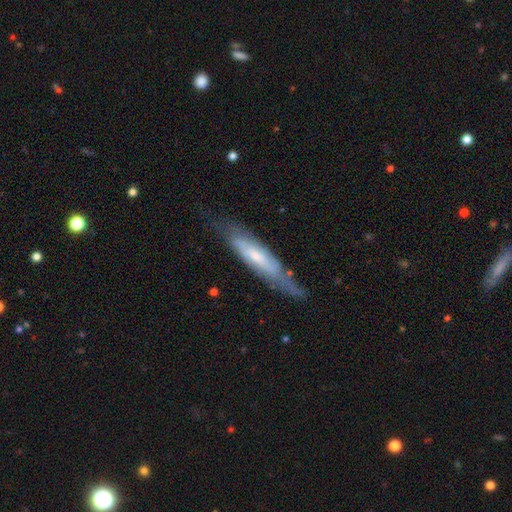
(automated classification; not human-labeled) Q: Smooth or featured?
A: featured or disk (59%); runner-up: smooth (35%)
Q: Edge-on disk?
A: yes (58%); runner-up: no (42%)
Q: Merging?
A: none (63%); runner-up: minor disturbance (25%)